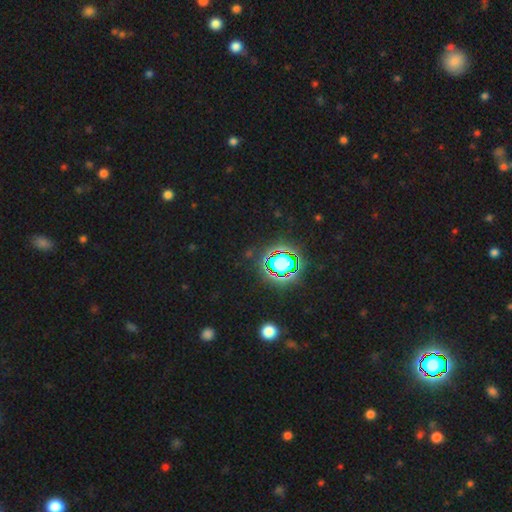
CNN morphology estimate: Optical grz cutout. It shows a star or artifact, not a galaxy (80%).